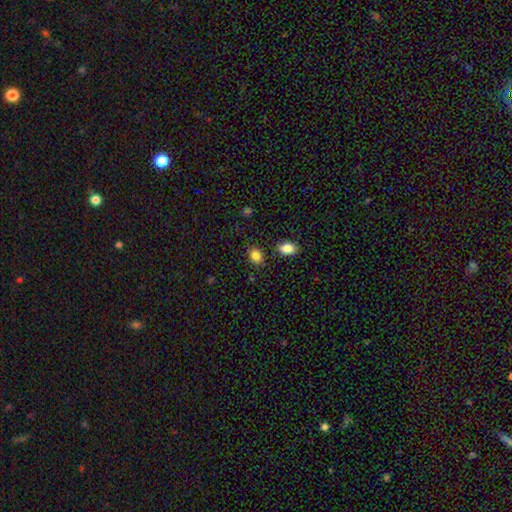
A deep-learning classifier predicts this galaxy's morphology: Overall: smooth (85%). How rounded: round (50%; in between 49%). Merging: none (82%).